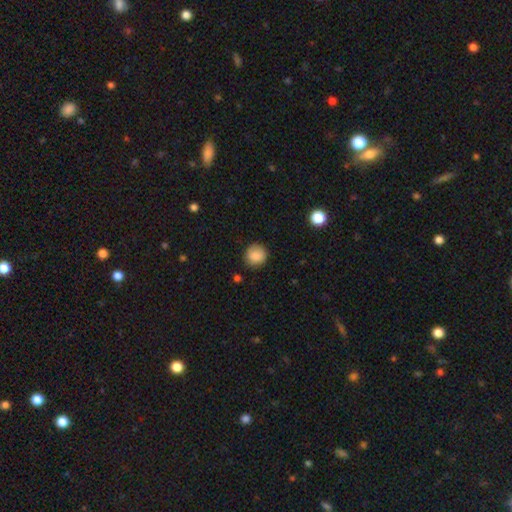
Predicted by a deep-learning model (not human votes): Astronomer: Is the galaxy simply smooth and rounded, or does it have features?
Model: smooth — 86%.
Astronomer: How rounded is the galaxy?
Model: round — 91%.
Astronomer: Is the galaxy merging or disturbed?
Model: none — 87%.